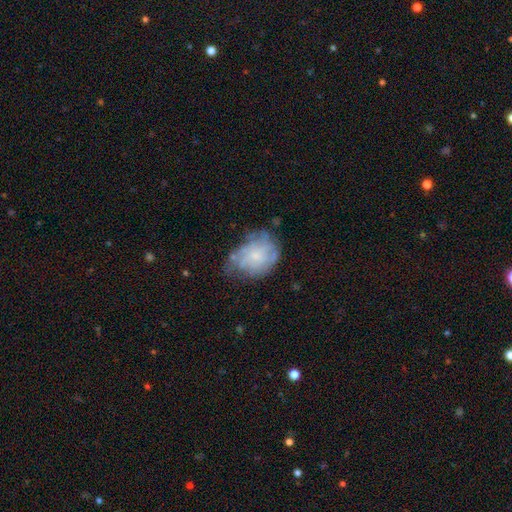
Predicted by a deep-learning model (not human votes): Smooth or featured? Predicted: featured or disk (p=0.63). Edge-on disk? Predicted: no (p=0.97). Bar? Predicted: no (p=0.78). Spiral arms? Predicted: yes (p=0.77). Bulge size? Predicted: small (p=0.62). Merging? Predicted: none (p=0.51).